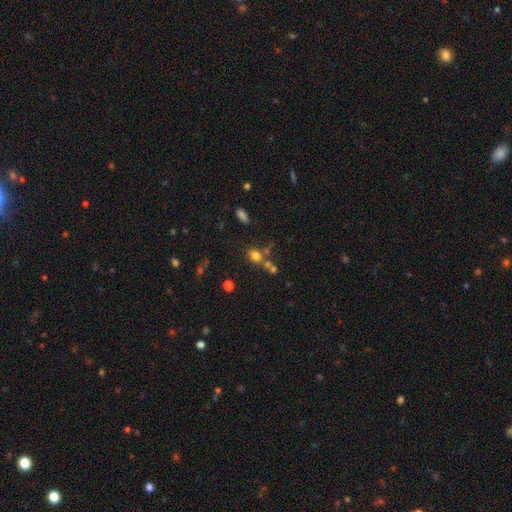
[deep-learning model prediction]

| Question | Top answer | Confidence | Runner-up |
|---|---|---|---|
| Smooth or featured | smooth | 74% | star or artifact (16%) |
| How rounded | in between | 53% | round (45%) |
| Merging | none | 54% | merger (27%) |